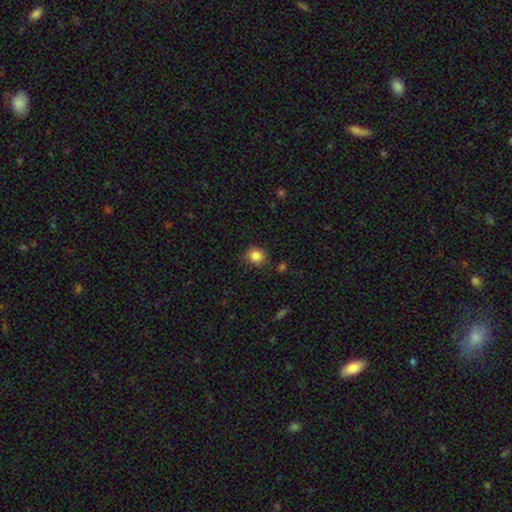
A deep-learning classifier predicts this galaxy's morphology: smooth-or-featured: smooth: 85% | star or artifact: 10% | featured or disk: 5%
  how-rounded: round: 78% | in between: 21% | cigar-shaped: 1%
  merging: none: 81% | minor disturbance: 14% | major disturbance: 3% | merger: 2%